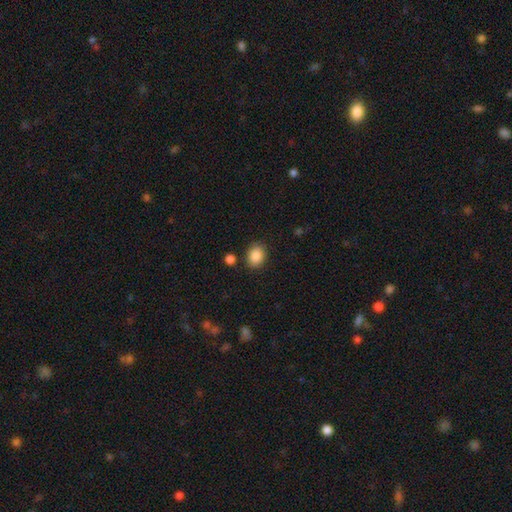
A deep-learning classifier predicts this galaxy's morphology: The model was most divided on "how rounded": in between: 55%, round: 44%, cigar-shaped: 1%. More confident: smooth or featured — smooth (88%); merging — none (84%).